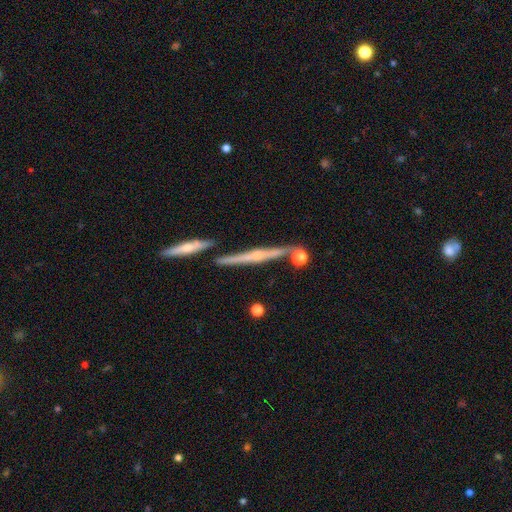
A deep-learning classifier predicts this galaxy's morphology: smooth_or_featured: featured or disk (p=0.75) [alt: smooth p=0.18]
disk_edge_on: yes (p=0.97) [alt: no p=0.03]
edge_on_bulge: rounded (p=0.62) [alt: none p=0.23]
merging: none (p=0.78) [alt: minor disturbance p=0.10]